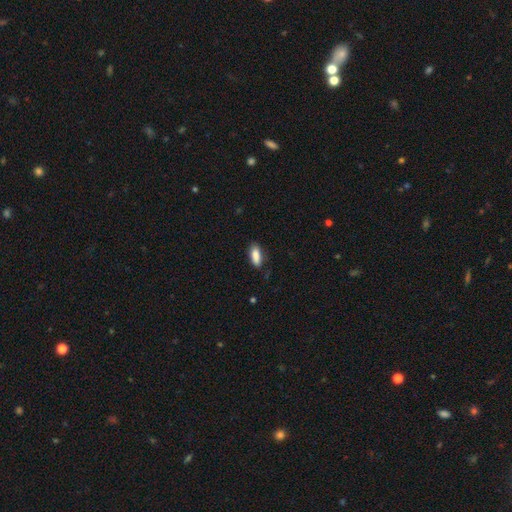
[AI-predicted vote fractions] A smooth galaxy with no disk features (87%) that is in between round and cigar-shaped (77%). Merging: none (78%).